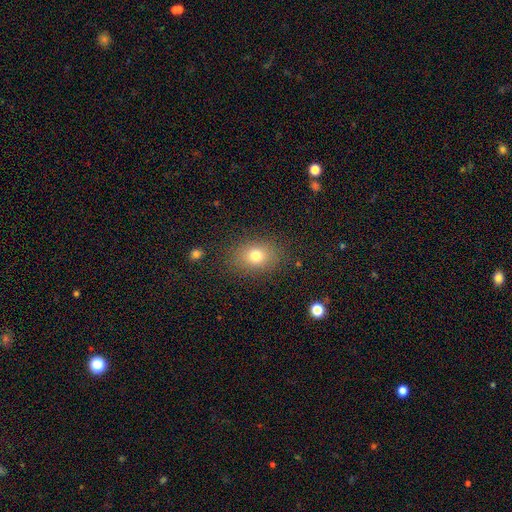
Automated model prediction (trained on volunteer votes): Smooth or featured? Predicted: smooth (p=0.76). How rounded? Predicted: in between (p=0.64). Merging? Predicted: none (p=0.84).